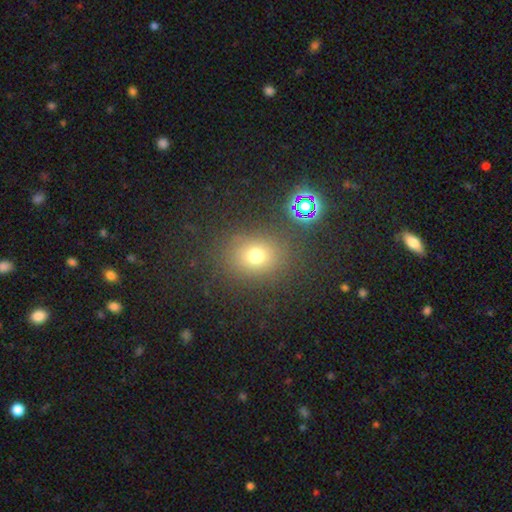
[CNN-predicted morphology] smooth 69%, star or artifact 21%, featured or disk 9%. Down the decision tree: how rounded — round (67%); merging — none (81%).